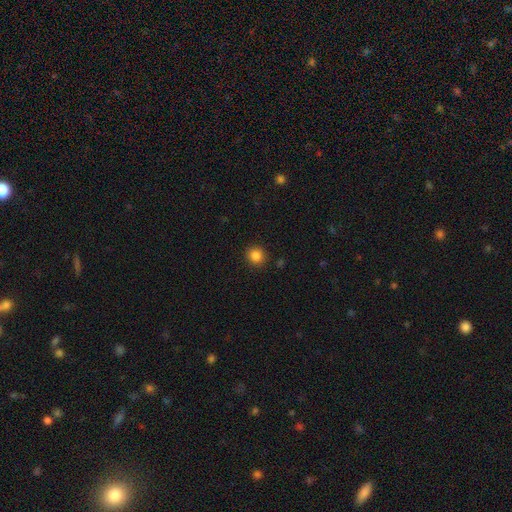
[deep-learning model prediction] This is clearly a smooth galaxy (84%). How rounded: clearly round (89%). Merging: clearly none (90%).